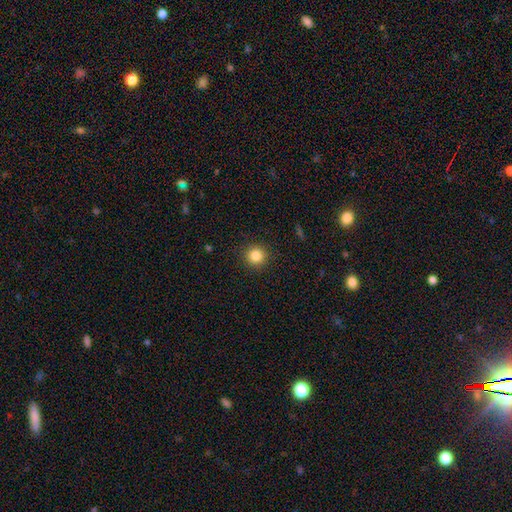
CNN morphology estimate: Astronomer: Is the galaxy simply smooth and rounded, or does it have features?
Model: smooth — 84%.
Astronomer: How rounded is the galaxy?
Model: round — 95%.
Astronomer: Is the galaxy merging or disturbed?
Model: none — 92%.